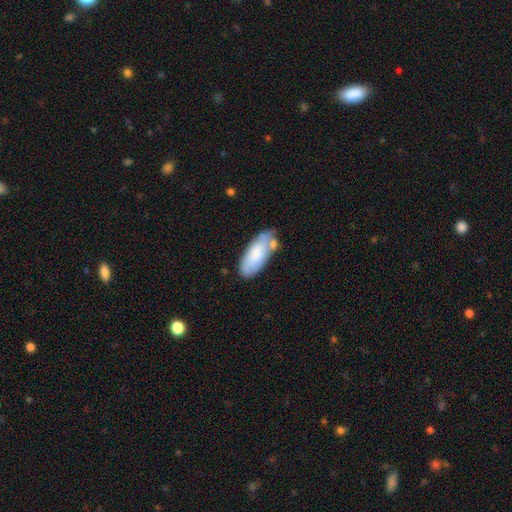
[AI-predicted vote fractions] This appears to be a smooth galaxy with no disk features (71%) that is in between round and cigar-shaped (81%). Merging: none (57%).